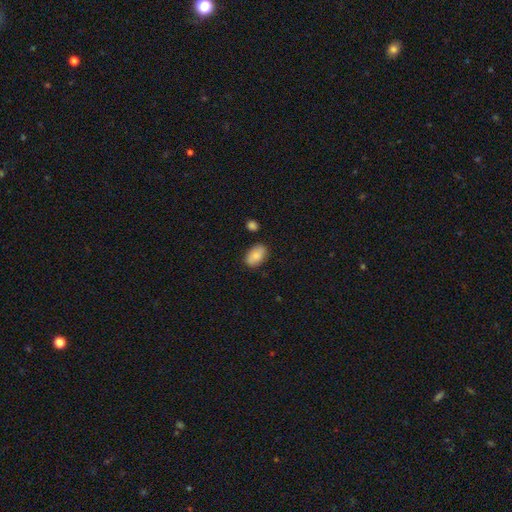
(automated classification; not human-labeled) Morphology: type=smooth (84%); roundness=in between (91%); merging=none (81%).